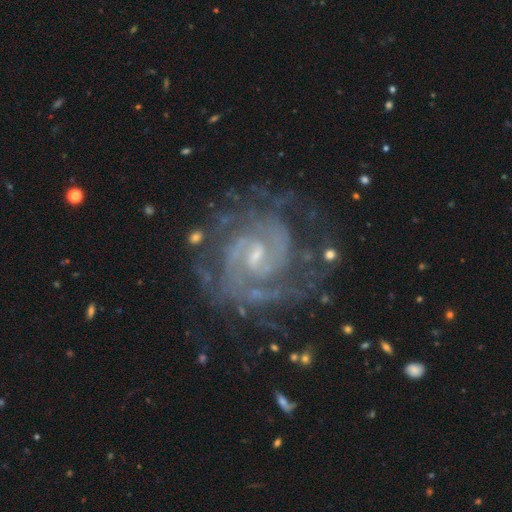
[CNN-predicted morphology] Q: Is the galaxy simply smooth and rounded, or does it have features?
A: featured or disk — 91%.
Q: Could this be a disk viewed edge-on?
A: no — 98%.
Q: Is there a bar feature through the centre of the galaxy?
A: weak — 57%.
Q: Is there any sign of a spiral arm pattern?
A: yes — 98%.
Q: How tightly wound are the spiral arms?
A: tight — 65%.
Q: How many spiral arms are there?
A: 2 — 54%.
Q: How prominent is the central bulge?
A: small — 65%.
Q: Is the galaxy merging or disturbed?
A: none — 74%.